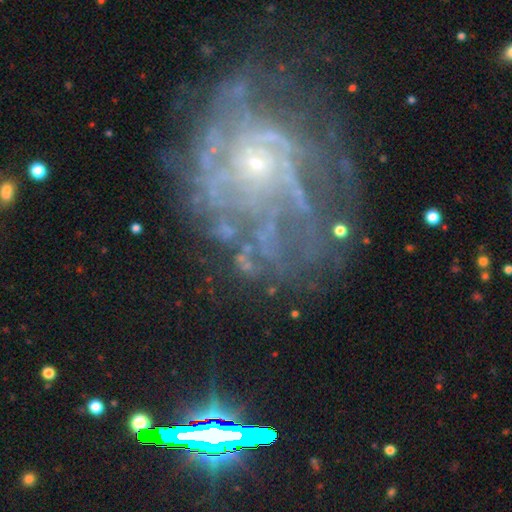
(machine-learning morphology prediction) Smooth or featured?
  - featured or disk: 79% *
  - star or artifact: 13%
  - smooth: 8%
Edge-on disk?
  - no: 97% *
  - yes: 3%
Bar?
  - no: 82% *
  - weak: 15%
  - strong: 4%
Spiral arms?
  - yes: 83% *
  - no: 17%
Spiral winding?
  - tight: 53% *
  - medium: 32%
  - loose: 15%
Spiral arm count?
  - can't tell: 43% *
  - 4: 13%
  - 2: 13%
  - 3: 12%
  - more than 4: 12%
  - 1: 7%
Bulge size?
  - small: 78% *
  - moderate: 13%
  - none: 6%
  - large: 2%
  - dominant: 1%
Merging?
  - none: 53% *
  - major disturbance: 24%
  - minor disturbance: 20%
  - merger: 3%